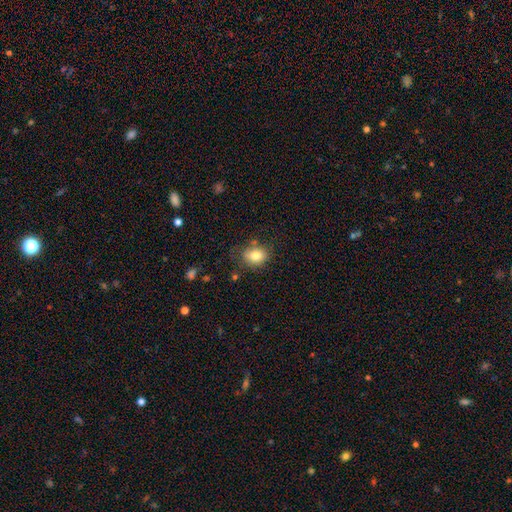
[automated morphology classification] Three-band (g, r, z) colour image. It shows a smooth galaxy with no disk features (80%) that is in between round and cigar-shaped (52%). Merging: none (71%).